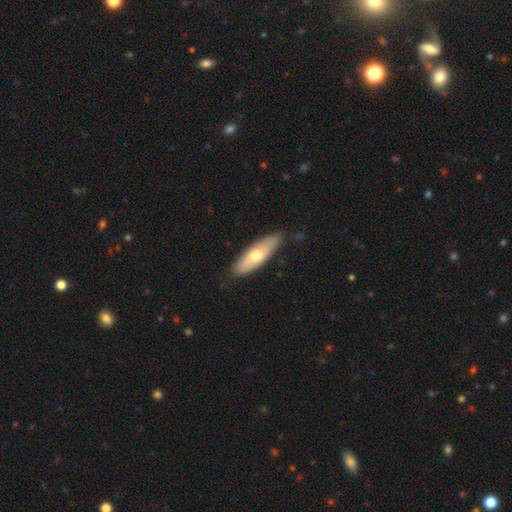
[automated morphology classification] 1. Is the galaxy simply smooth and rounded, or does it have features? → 62% smooth, 33% featured or disk, 5% star or artifact.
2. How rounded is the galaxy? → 53% in between, 44% cigar-shaped, 2% round.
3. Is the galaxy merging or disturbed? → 82% none, 14% minor disturbance, 2% major disturbance, 1% merger.